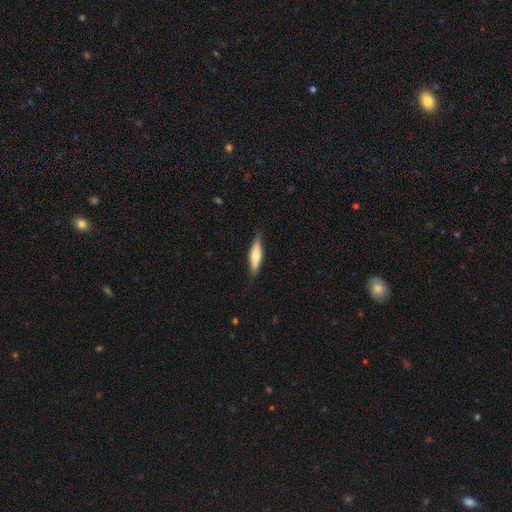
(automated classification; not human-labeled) Morphology: type=smooth (57%); roundness=cigar-shaped (63%); merging=none (84%).